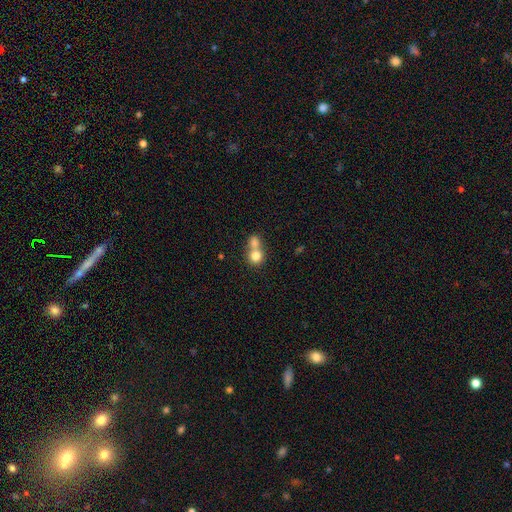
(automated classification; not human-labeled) smooth 77%, featured or disk 13%, star or artifact 10%. Down the decision tree: how rounded — round (84%); merging — merger (62%).